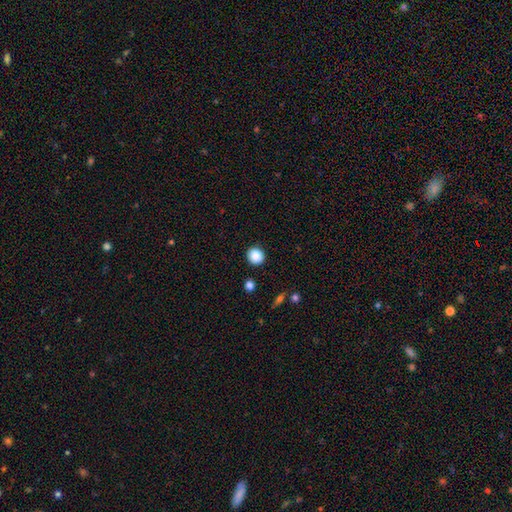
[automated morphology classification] The model was most divided on "how rounded": round: 88%, in between: 11%, cigar-shaped: 1%. More confident: merging — none (89%); smooth or featured — smooth (87%).